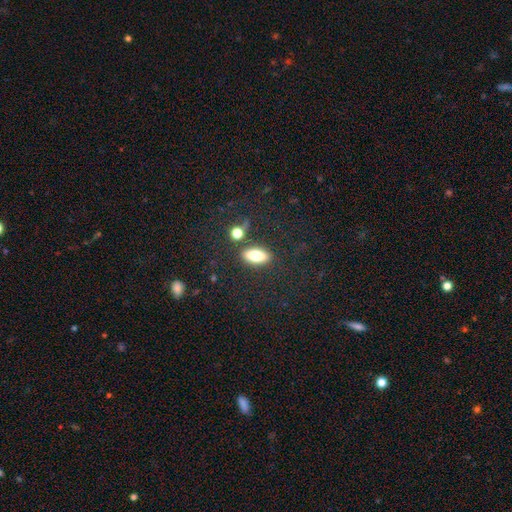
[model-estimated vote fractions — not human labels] A smooth galaxy with no disk features (77%) that is in between round and cigar-shaped (84%).

Vote fractions:
- Smooth or featured? smooth: 77% / featured or disk: 14% / star or artifact: 9%
- How rounded? in between: 84% / cigar-shaped: 10% / round: 6%
- Merging? none: 78% / minor disturbance: 11% / merger: 8% / major disturbance: 4%